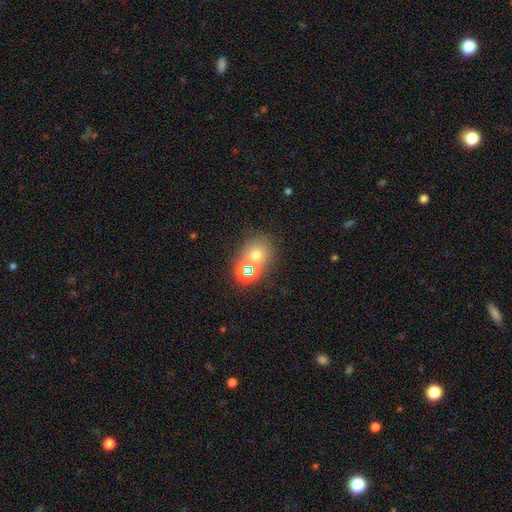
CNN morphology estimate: smooth_or_featured: smooth (p=0.60) [alt: star or artifact p=0.25]
how_rounded: round (p=0.70) [alt: in between p=0.29]
merging: none (p=0.59) [alt: merger p=0.26]